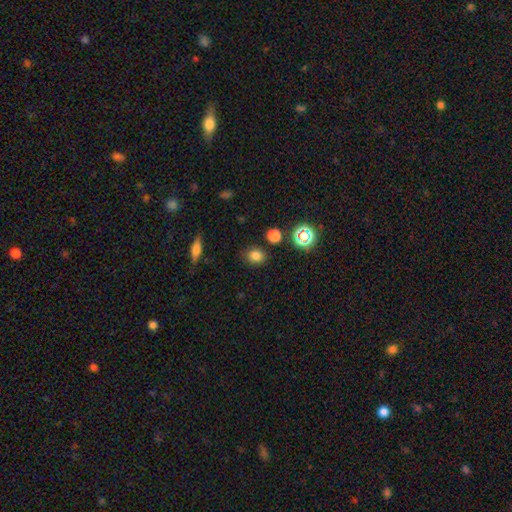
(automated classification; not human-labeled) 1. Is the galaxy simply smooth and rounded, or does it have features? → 79% smooth, 16% star or artifact, 5% featured or disk.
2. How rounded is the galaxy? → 61% round, 38% in between, 1% cigar-shaped.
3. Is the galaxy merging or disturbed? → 84% none, 10% minor disturbance, 3% merger, 3% major disturbance.